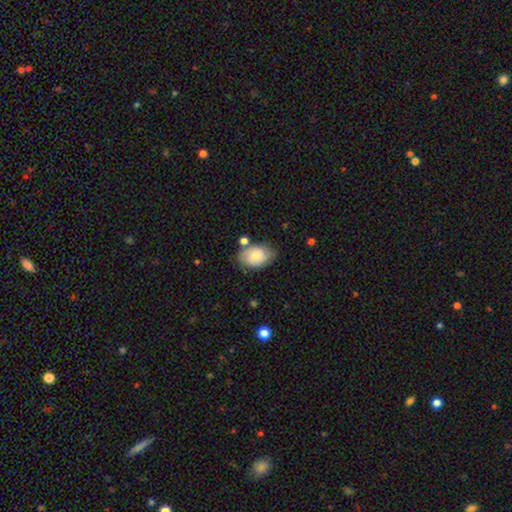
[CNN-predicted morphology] The model was most divided on "merging": none: 65%, minor disturbance: 21%, merger: 9%, major disturbance: 5%. More confident: how rounded — in between (84%); smooth or featured — smooth (75%).